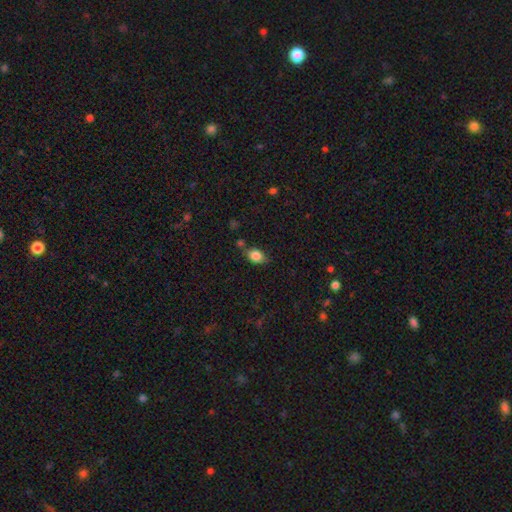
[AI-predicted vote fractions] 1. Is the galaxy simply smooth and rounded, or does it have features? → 83% smooth, 10% star or artifact, 7% featured or disk.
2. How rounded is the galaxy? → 67% in between, 31% round, 2% cigar-shaped.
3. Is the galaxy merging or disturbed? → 67% none, 20% minor disturbance, 8% merger, 5% major disturbance.